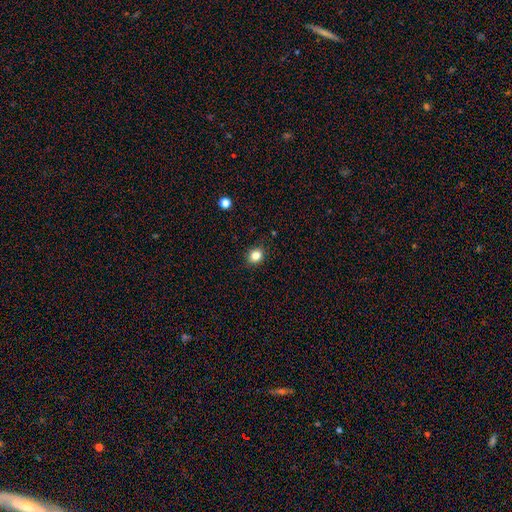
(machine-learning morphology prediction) The model was most divided on "how rounded": round: 70%, in between: 29%, cigar-shaped: 1%. More confident: merging — none (88%); smooth or featured — smooth (83%).